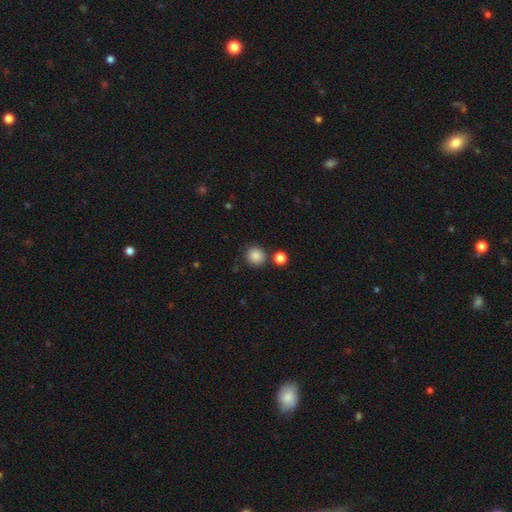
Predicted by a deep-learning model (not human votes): This is clearly a smooth galaxy (87%). How rounded: clearly round (91%). Merging: clearly none (82%).